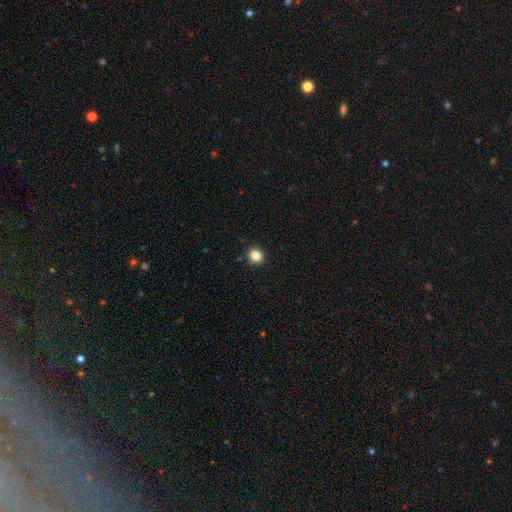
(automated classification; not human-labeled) smooth-or-featured: smooth: 85% | star or artifact: 11% | featured or disk: 4%
  how-rounded: round: 80% | in between: 20% | cigar-shaped: 1%
  merging: none: 90% | minor disturbance: 7% | major disturbance: 2% | merger: 1%